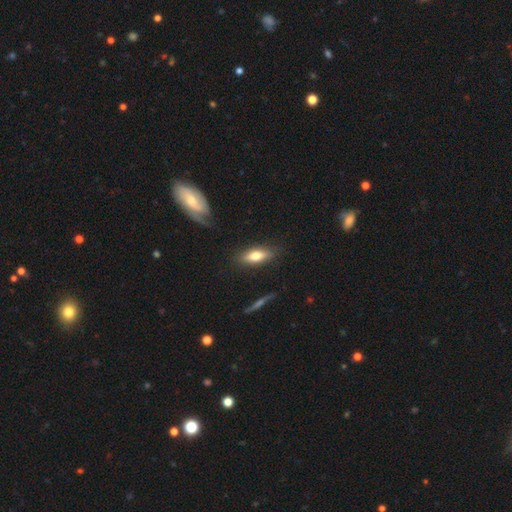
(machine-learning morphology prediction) Smooth or featured? Predicted: smooth (p=0.65). How rounded? Predicted: in between (p=0.63). Merging? Predicted: none (p=0.82).